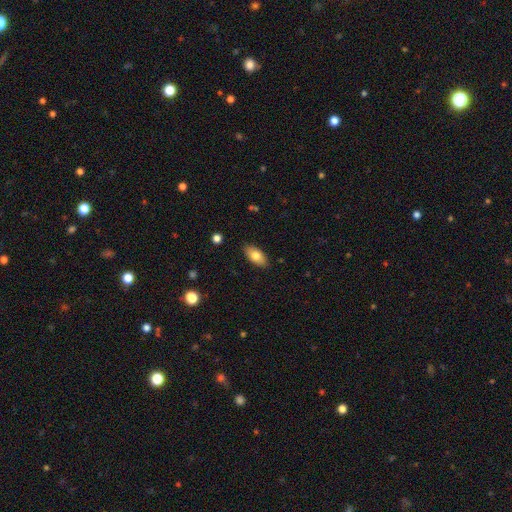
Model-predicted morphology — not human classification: A smooth galaxy with no disk features (77%) that is in between round and cigar-shaped (91%).

Vote fractions:
- Smooth or featured? smooth: 77% / featured or disk: 16% / star or artifact: 7%
- How rounded? in between: 91% / cigar-shaped: 5% / round: 4%
- Merging? none: 87% / minor disturbance: 10% / major disturbance: 2% / merger: 1%